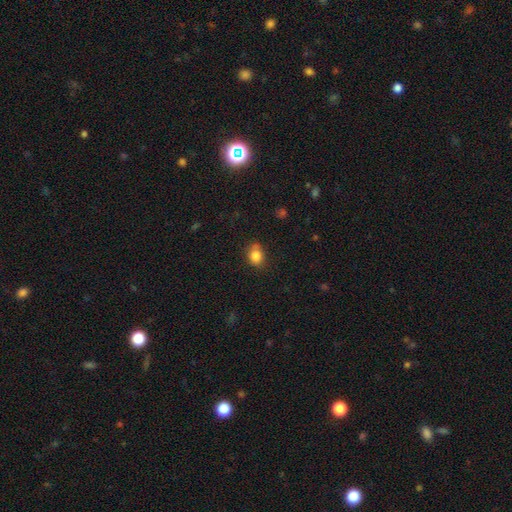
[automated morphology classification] Smooth or featured?
  - smooth: 84% *
  - star or artifact: 10%
  - featured or disk: 6%
How rounded?
  - in between: 51% *
  - round: 48%
  - cigar-shaped: 1%
Merging?
  - none: 67% *
  - minor disturbance: 23%
  - merger: 5%
  - major disturbance: 5%